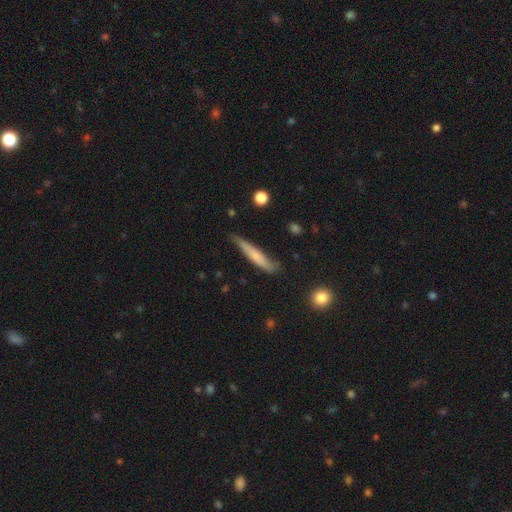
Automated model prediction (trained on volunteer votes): Smooth or featured?
  - smooth: 65% *
  - featured or disk: 29%
  - star or artifact: 6%
How rounded?
  - cigar-shaped: 92% *
  - in between: 7%
  - round: 2%
Merging?
  - none: 66% *
  - minor disturbance: 27%
  - major disturbance: 5%
  - merger: 3%